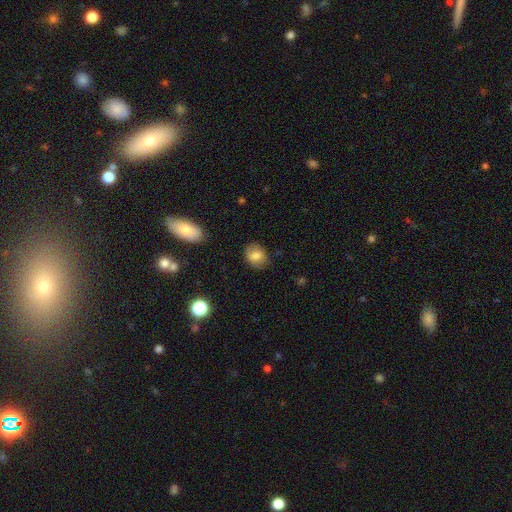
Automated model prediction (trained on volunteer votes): Smooth or featured? smooth (78%)
How rounded? round (55%)
Merging? none (83%)